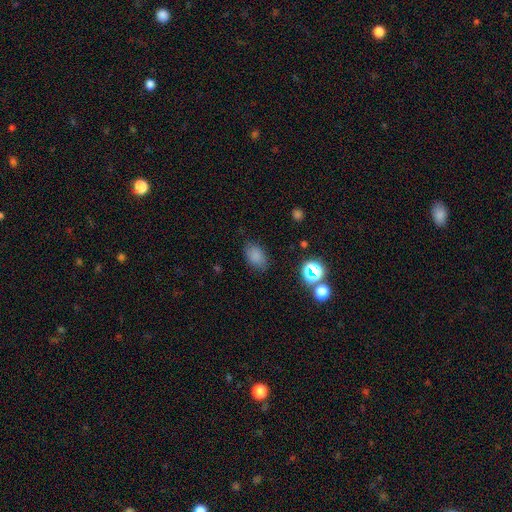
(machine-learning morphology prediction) Overall: smooth (80%). How rounded: in between (86%). Merging: none (79%).